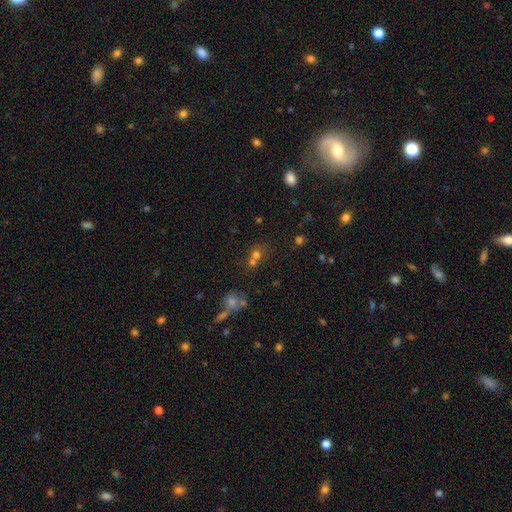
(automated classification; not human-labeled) Smooth or featured?
  - smooth: 55% *
  - star or artifact: 32%
  - featured or disk: 12%
How rounded?
  - round: 77% *
  - in between: 22%
  - cigar-shaped: 1%
Merging?
  - none: 51% *
  - merger: 36%
  - minor disturbance: 8%
  - major disturbance: 5%